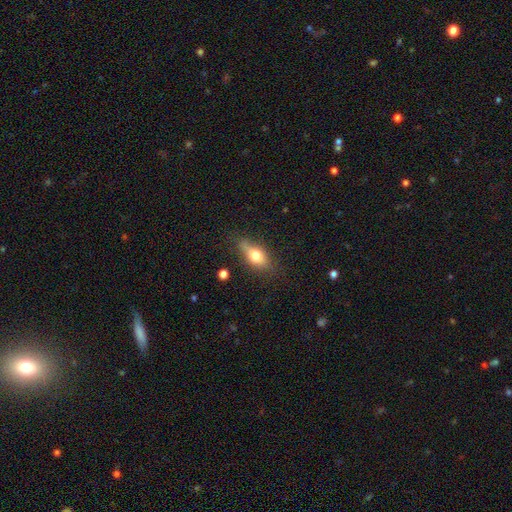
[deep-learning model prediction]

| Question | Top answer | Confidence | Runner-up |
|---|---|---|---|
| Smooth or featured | smooth | 66% | featured or disk (26%) |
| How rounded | in between | 75% | cigar-shaped (15%) |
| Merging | none | 68% | minor disturbance (23%) |